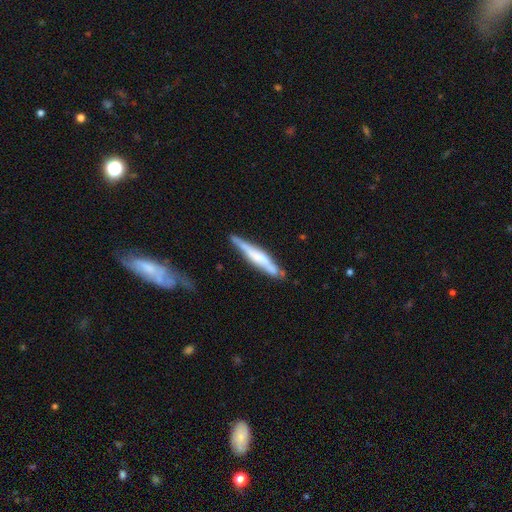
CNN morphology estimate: Overall: featured or disk (58%; smooth 36%). Edge-on disk: yes (90%). Edge-on bulge: boxy (41%; rounded 32%). Merging: none (66%).